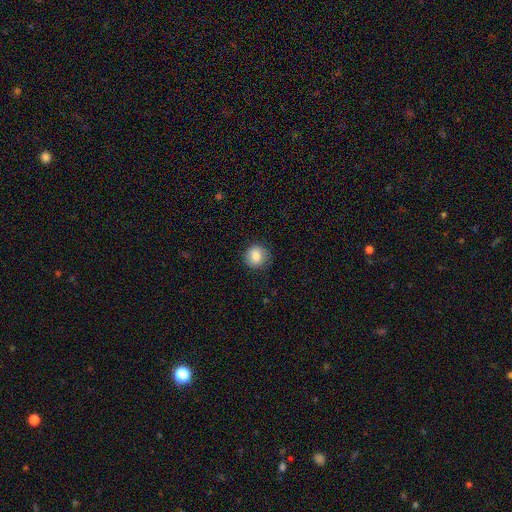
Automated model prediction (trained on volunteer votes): Q: Smooth or featured?
A: smooth (82%); runner-up: featured or disk (9%)
Q: How rounded?
A: round (87%); runner-up: in between (12%)
Q: Merging?
A: none (84%); runner-up: minor disturbance (12%)